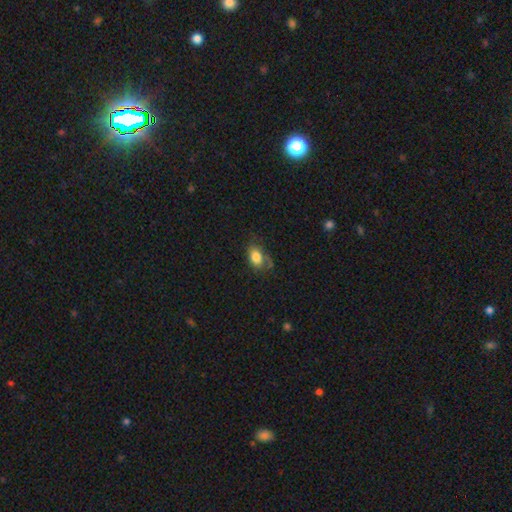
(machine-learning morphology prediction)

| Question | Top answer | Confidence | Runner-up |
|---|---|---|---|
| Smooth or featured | smooth | 80% | featured or disk (11%) |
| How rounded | in between | 83% | round (15%) |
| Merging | none | 53% | minor disturbance (29%) |